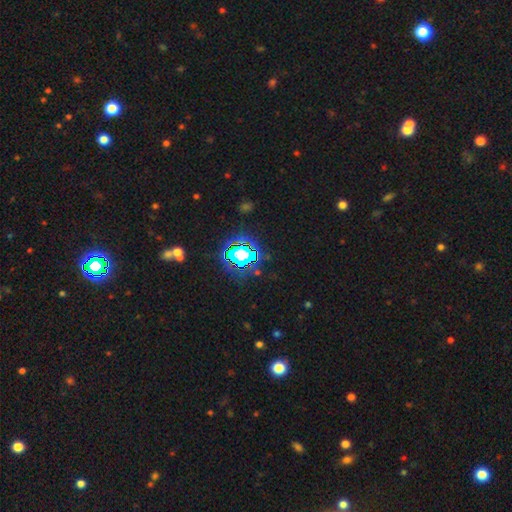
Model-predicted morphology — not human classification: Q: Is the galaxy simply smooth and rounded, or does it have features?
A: star or artifact — 82%.